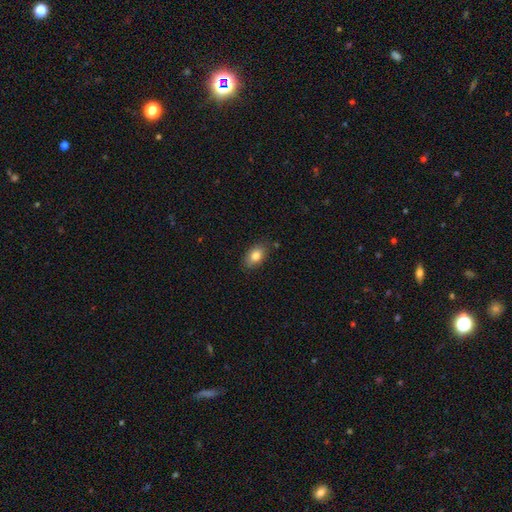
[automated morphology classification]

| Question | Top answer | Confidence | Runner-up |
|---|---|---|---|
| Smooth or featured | smooth | 83% | featured or disk (9%) |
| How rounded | in between | 88% | round (10%) |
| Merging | none | 82% | minor disturbance (13%) |